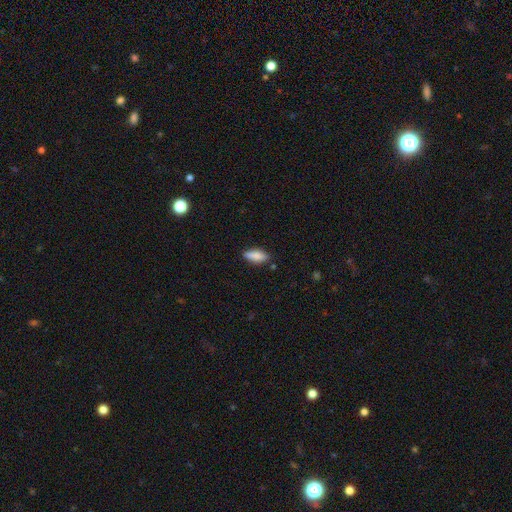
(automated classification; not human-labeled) Smooth or featured? Predicted: smooth (p=0.84). How rounded? Predicted: in between (p=0.74). Merging? Predicted: none (p=0.79).